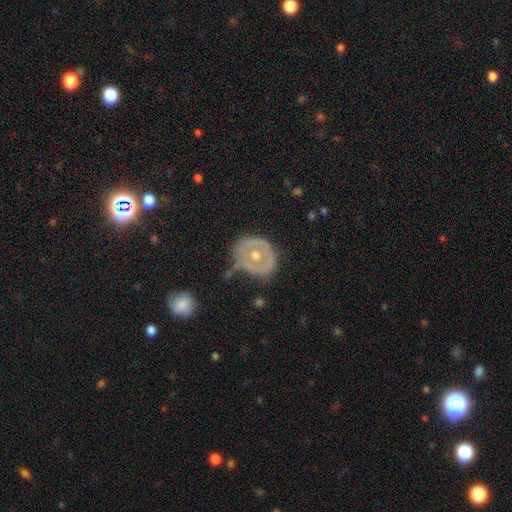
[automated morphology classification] A featured or disk galaxy (57%) with no bar (87%), no spiral arms (84%) and a moderate central bulge (72%). Merging: none (72%).